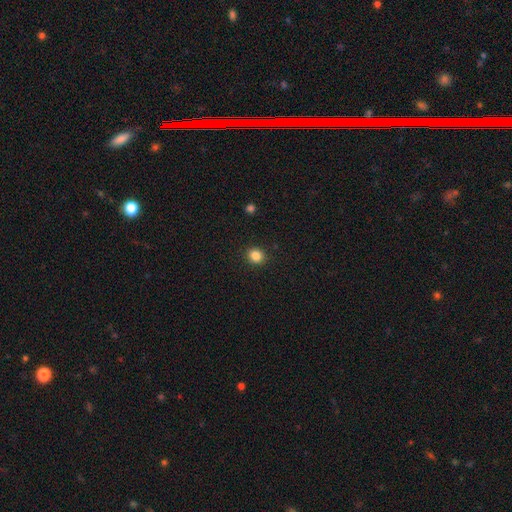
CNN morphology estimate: Smooth or featured: smooth — 85% (star or artifact — 11%)
How rounded: round — 78% (in between — 21%)
Merging: none — 91% (minor disturbance — 6%)